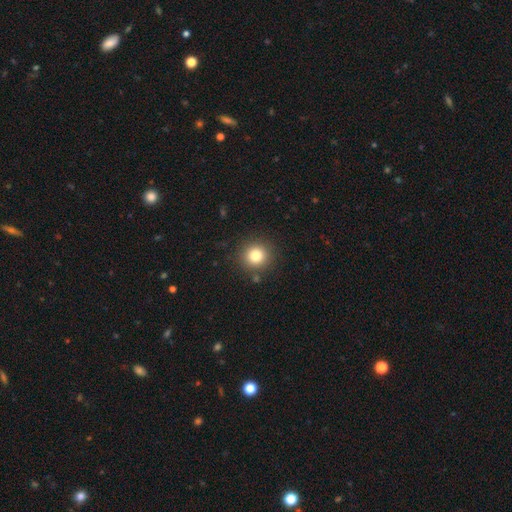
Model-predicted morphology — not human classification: This appears to be a smooth galaxy with no disk features (80%) that is round (93%). Merging: none (88%).